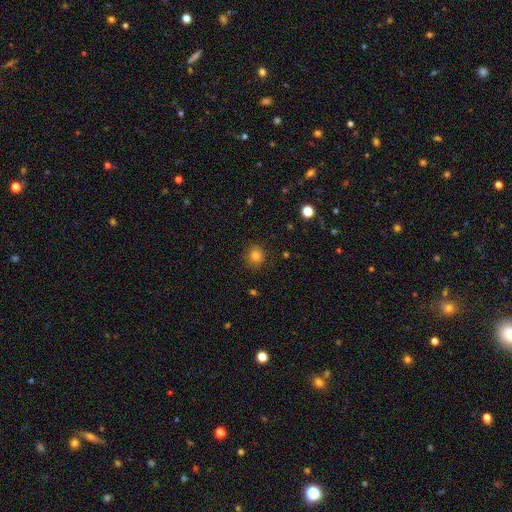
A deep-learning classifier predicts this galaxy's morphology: This is clearly a smooth galaxy (81%). How rounded: clearly round (84%). Merging: clearly none (86%).